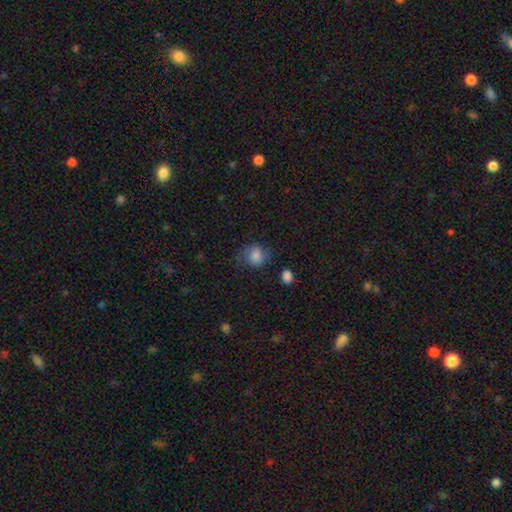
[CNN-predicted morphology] Overall: smooth (76%). How rounded: round (68%; in between 31%). Merging: none (57%; minor disturbance 26%).